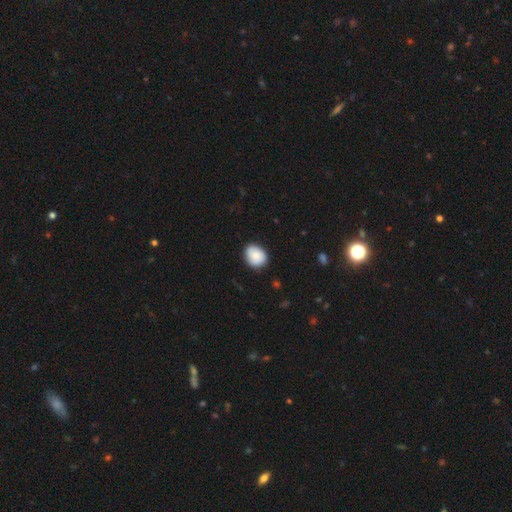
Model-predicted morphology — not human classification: Overall: smooth (82%). How rounded: round (54%; in between 45%). Merging: none (82%).